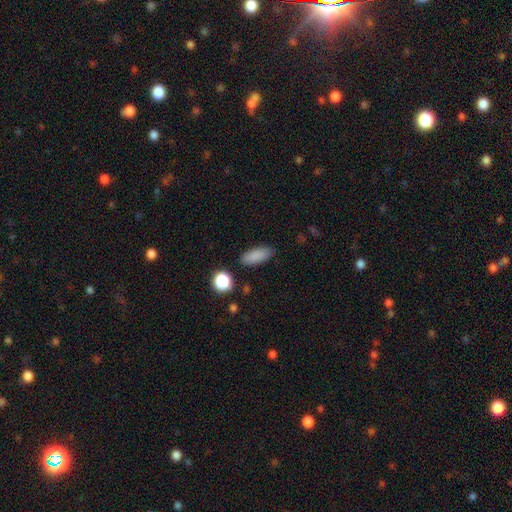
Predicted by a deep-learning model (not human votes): A smooth galaxy with no disk features (85%) that is in between round and cigar-shaped (79%). Merging: none (84%).